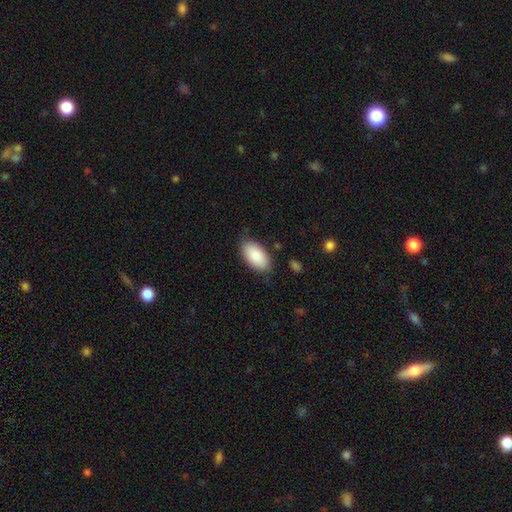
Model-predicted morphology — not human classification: Smooth or featured? Predicted: smooth (p=0.86). How rounded? Predicted: in between (p=0.95). Merging? Predicted: none (p=0.81).